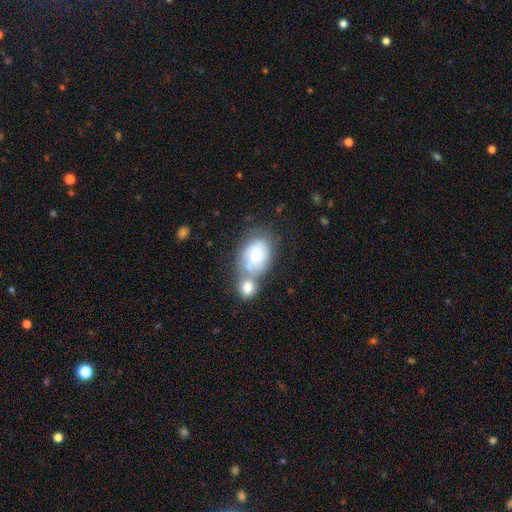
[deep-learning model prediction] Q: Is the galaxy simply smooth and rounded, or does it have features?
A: smooth — 73%.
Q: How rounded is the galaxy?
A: in between — 85%.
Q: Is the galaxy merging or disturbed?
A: merger — 49%.